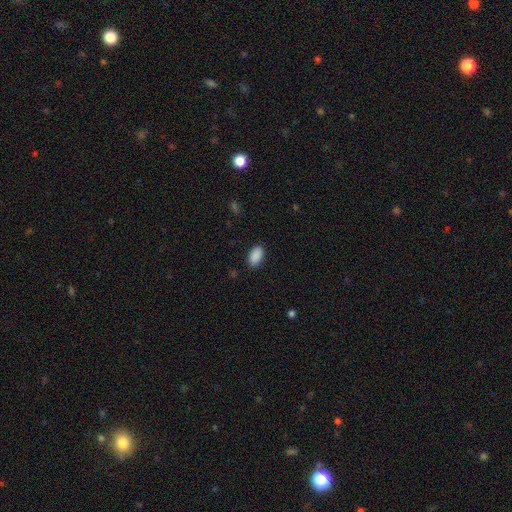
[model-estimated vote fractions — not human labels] smooth-or-featured: smooth: 90% | star or artifact: 7% | featured or disk: 3%
  how-rounded: in between: 94% | round: 4% | cigar-shaped: 2%
  merging: none: 87% | minor disturbance: 9% | major disturbance: 2% | merger: 1%